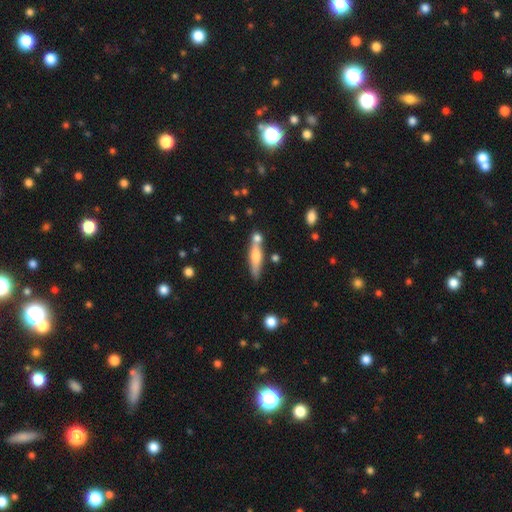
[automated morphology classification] Overall: smooth (54%; featured or disk 39%). How rounded: cigar-shaped (78%). Merging: none (61%).